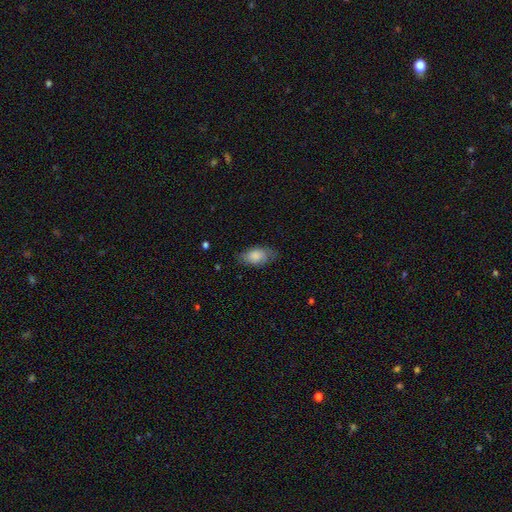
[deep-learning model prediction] Morphology: type=smooth (81%); roundness=in between (92%); merging=none (70%).